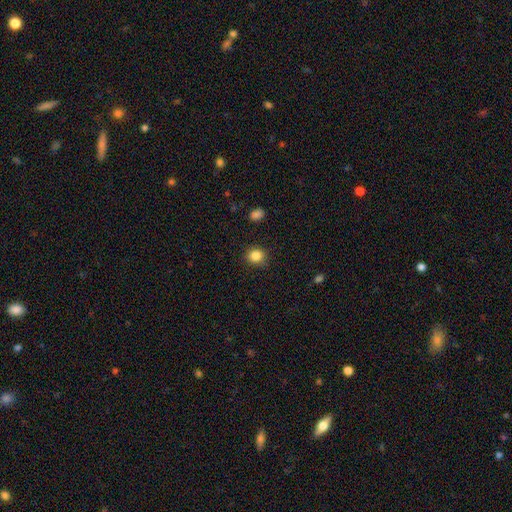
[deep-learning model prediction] A smooth galaxy with no disk features (85%) that is round (80%). Merging: none (88%).